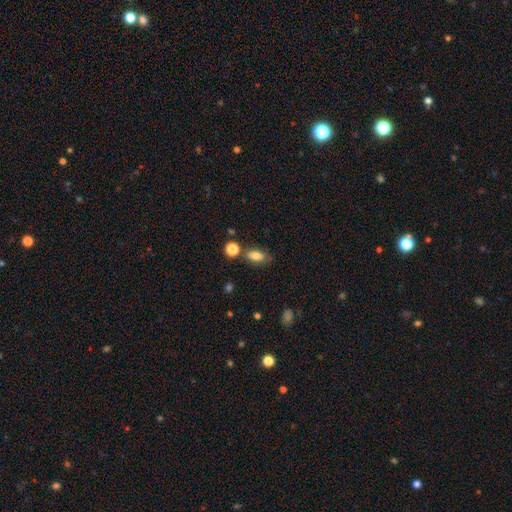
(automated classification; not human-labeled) smooth-or-featured: smooth: 77% | featured or disk: 13% | star or artifact: 10%
  how-rounded: in between: 82% | cigar-shaped: 9% | round: 9%
  merging: none: 67% | minor disturbance: 18% | merger: 9% | major disturbance: 5%